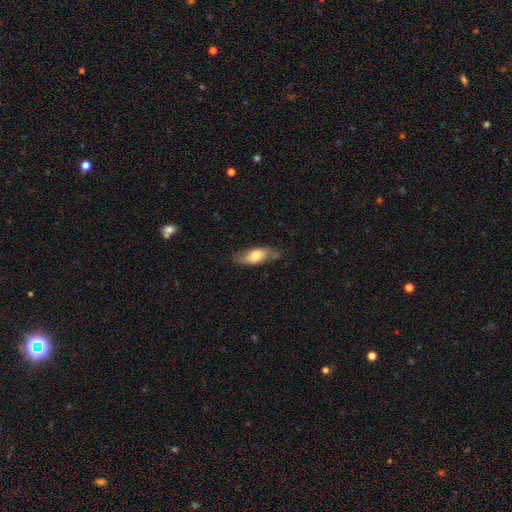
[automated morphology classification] smooth_or_featured: smooth (p=0.60) [alt: featured or disk p=0.34]
how_rounded: in between (p=0.78) [alt: cigar-shaped p=0.18]
merging: none (p=0.71) [alt: minor disturbance p=0.22]